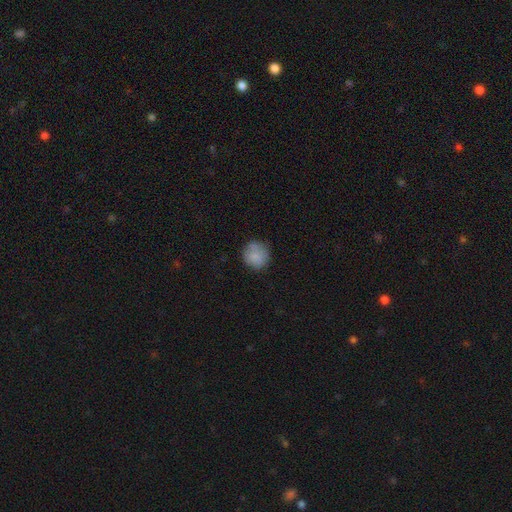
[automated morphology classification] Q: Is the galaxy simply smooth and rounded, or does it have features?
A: smooth — 83%.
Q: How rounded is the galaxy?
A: round — 90%.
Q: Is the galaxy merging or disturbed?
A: none — 78%.